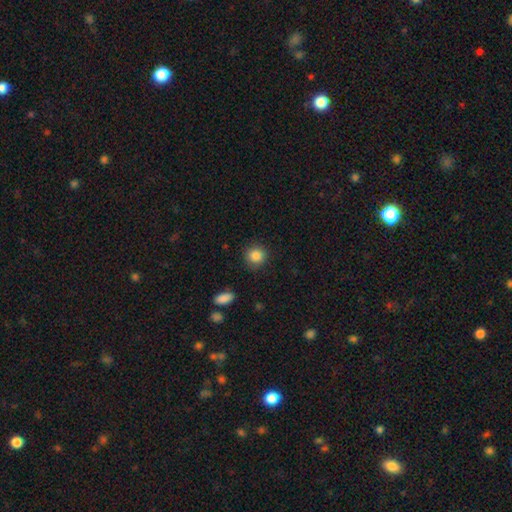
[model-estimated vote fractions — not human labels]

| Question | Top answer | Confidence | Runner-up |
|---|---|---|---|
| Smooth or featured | smooth | 86% | star or artifact (9%) |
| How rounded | round | 89% | in between (10%) |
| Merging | none | 88% | minor disturbance (8%) |